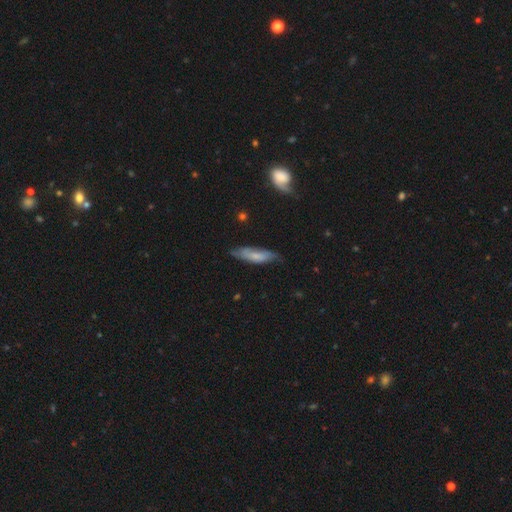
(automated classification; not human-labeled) This is possibly a smooth galaxy (58%). How rounded: possibly cigar-shaped (59%). Merging: likely none (65%).